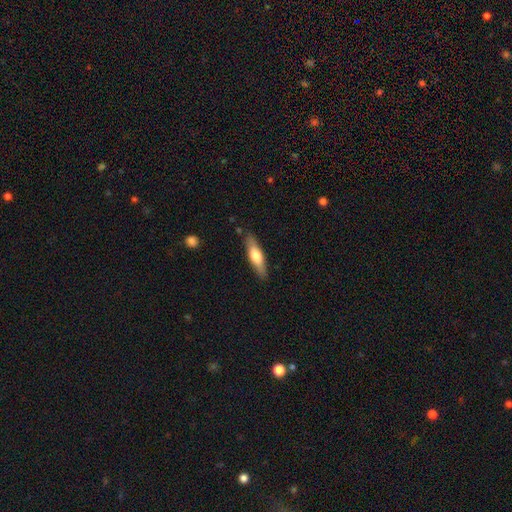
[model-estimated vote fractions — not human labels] Smooth or featured? Predicted: smooth (p=0.56). How rounded? Predicted: cigar-shaped (p=0.67). Merging? Predicted: none (p=0.86).